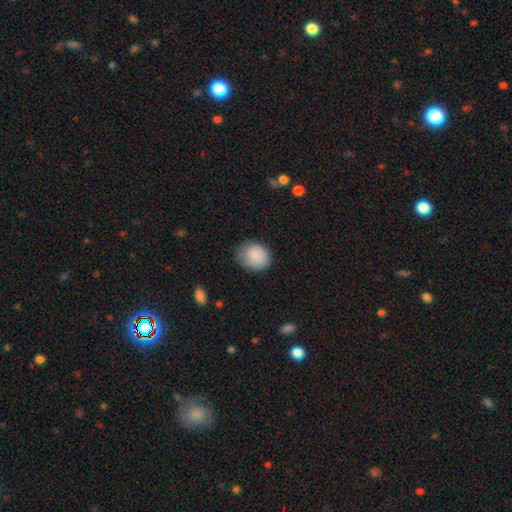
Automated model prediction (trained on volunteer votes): A smooth galaxy with no disk features (88%) that is round (57%).

Vote fractions:
- Smooth or featured? smooth: 88% / star or artifact: 7% / featured or disk: 5%
- How rounded? round: 57% / in between: 42% / cigar-shaped: 1%
- Merging? none: 73% / minor disturbance: 21% / major disturbance: 5% / merger: 1%